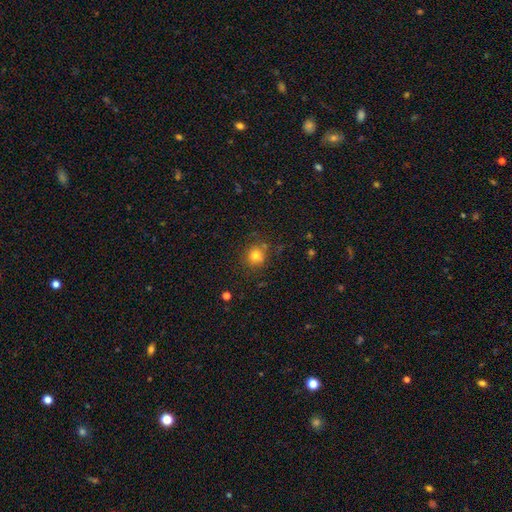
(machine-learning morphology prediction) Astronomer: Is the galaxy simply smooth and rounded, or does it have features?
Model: smooth — 80%.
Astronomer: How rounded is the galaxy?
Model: round — 91%.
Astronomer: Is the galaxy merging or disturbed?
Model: none — 81%.